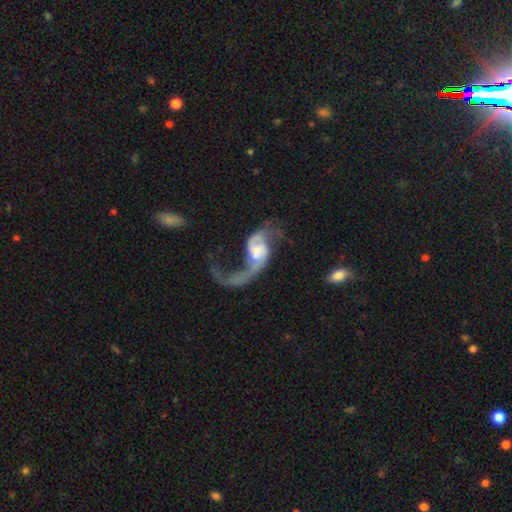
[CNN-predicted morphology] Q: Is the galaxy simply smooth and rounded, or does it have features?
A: featured or disk — 85%.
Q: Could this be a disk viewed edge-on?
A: no — 97%.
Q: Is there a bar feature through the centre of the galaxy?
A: no — 47%.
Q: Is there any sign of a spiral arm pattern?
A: yes — 94%.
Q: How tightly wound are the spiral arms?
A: loose — 85%.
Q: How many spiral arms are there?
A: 2 — 79%.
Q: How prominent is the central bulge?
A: small — 32%.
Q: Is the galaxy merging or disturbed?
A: major disturbance — 45%.